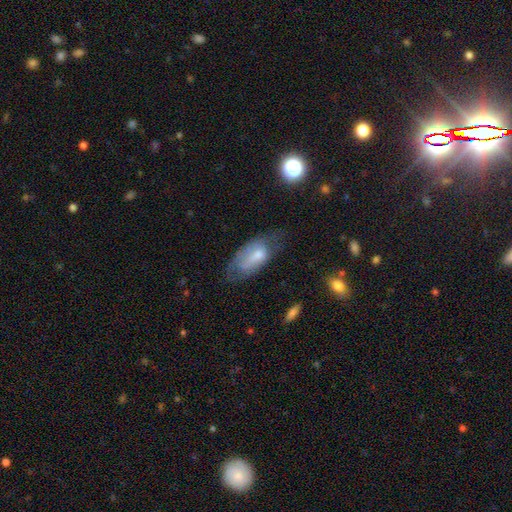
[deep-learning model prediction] Smooth or featured? Predicted: smooth (p=0.55). How rounded? Predicted: in between (p=0.89). Merging? Predicted: none (p=0.42).